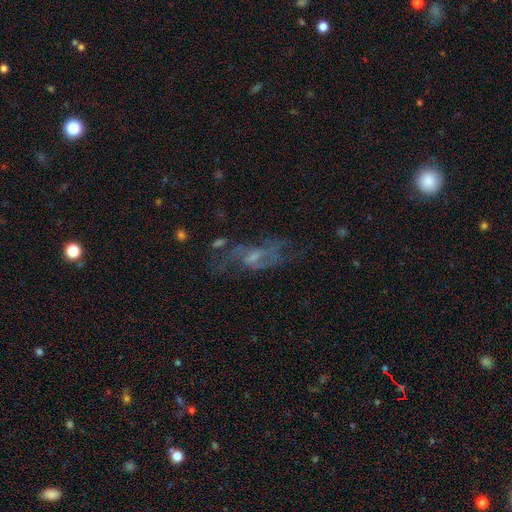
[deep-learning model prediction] smooth_or_featured: featured or disk (p=0.59) [alt: smooth p=0.22]
disk_edge_on: no (p=0.87) [alt: yes p=0.13]
bar: no (p=0.53) [alt: weak p=0.37]
has_spiral_arms: yes (p=0.59) [alt: no p=0.41]
bulge_size: small (p=0.46) [alt: moderate p=0.29]
merging: none (p=0.53) [alt: major disturbance p=0.22]